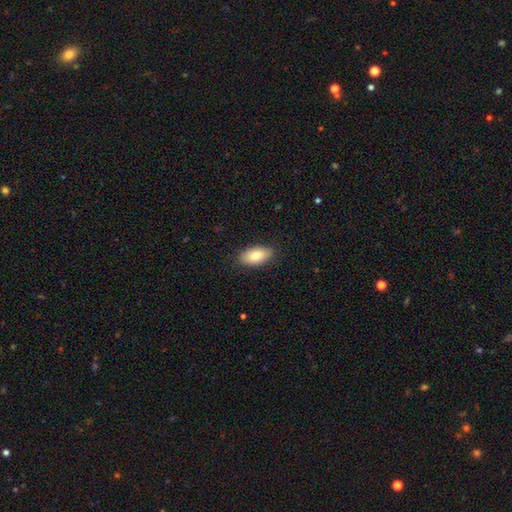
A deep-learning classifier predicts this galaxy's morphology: Smooth or featured?
  - smooth: 79% *
  - featured or disk: 15%
  - star or artifact: 7%
How rounded?
  - in between: 93% *
  - cigar-shaped: 4%
  - round: 4%
Merging?
  - none: 87% *
  - minor disturbance: 10%
  - major disturbance: 2%
  - merger: 1%